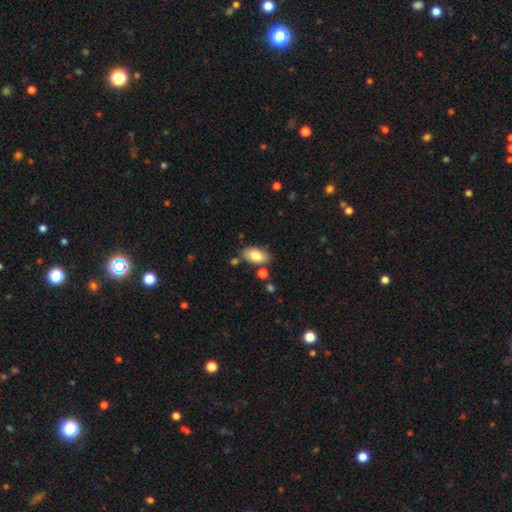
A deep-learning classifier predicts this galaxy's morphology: type=smooth (82%); roundness=in between (93%); merging=none (78%).